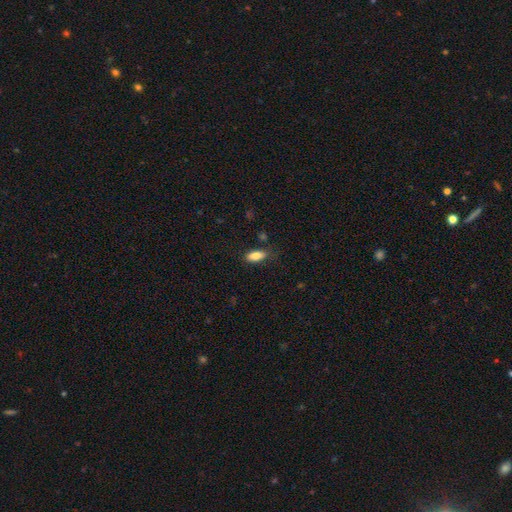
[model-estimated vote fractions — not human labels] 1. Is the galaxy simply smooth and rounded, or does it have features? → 83% smooth, 9% featured or disk, 8% star or artifact.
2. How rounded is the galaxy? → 83% in between, 14% cigar-shaped, 3% round.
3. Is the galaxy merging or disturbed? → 77% none, 17% minor disturbance, 4% major disturbance, 2% merger.